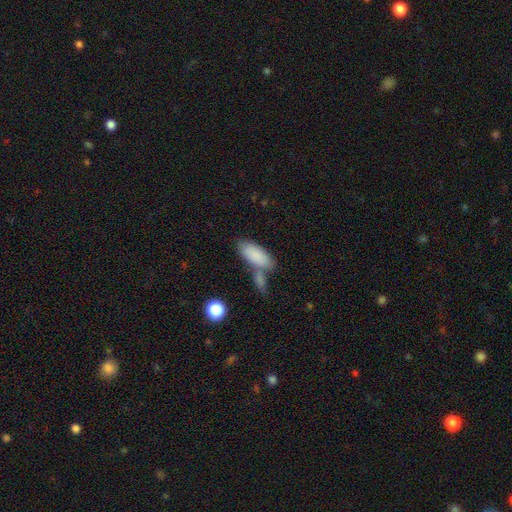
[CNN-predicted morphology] type=smooth (85%); roundness=in between (85%); merging=none (51%).